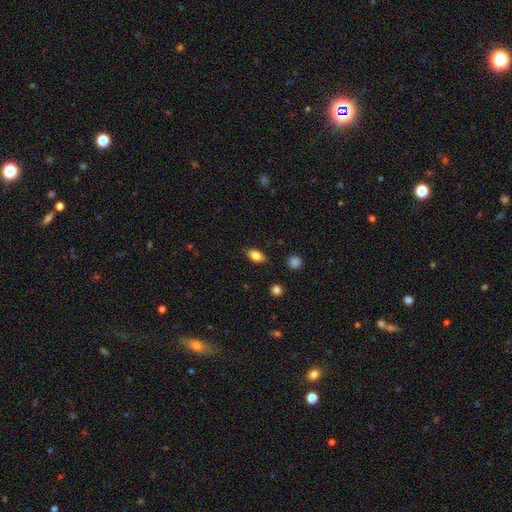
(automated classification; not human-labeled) smooth_or_featured: smooth (p=0.82) [alt: featured or disk p=0.09]
how_rounded: in between (p=0.88) [alt: round p=0.07]
merging: none (p=0.86) [alt: minor disturbance p=0.10]